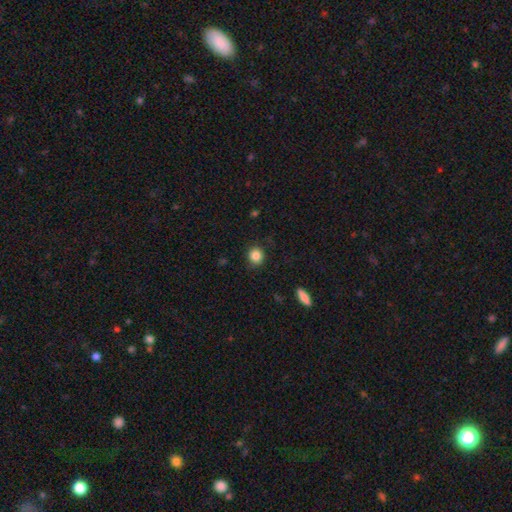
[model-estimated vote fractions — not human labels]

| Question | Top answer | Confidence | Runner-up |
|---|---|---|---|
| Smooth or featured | smooth | 85% | star or artifact (10%) |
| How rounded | round | 87% | in between (12%) |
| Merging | none | 87% | minor disturbance (10%) |